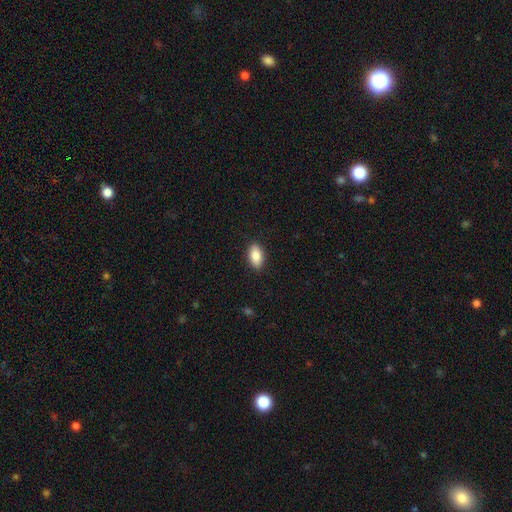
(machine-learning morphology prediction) smooth_or_featured: smooth (p=0.87) [alt: featured or disk p=0.07]
how_rounded: in between (p=0.92) [alt: round p=0.04]
merging: none (p=0.89) [alt: minor disturbance p=0.08]